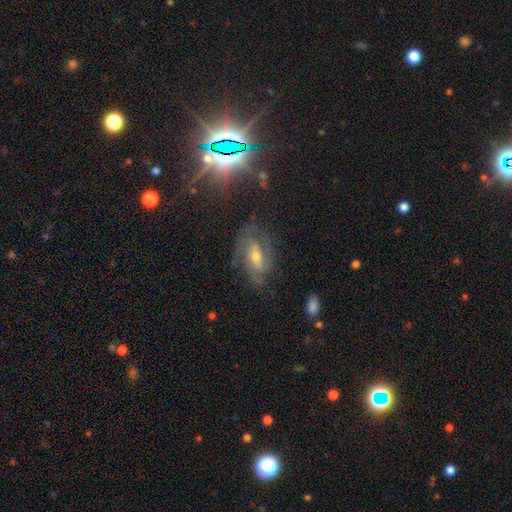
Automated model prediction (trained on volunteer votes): Morphology: type=featured or disk (73%); edge-on=no (93%); bar=weak (46%); spiral arms=yes (91%); winding=medium (45%); arm count=2 (54%); bulge=moderate (54%); merging=none (68%).